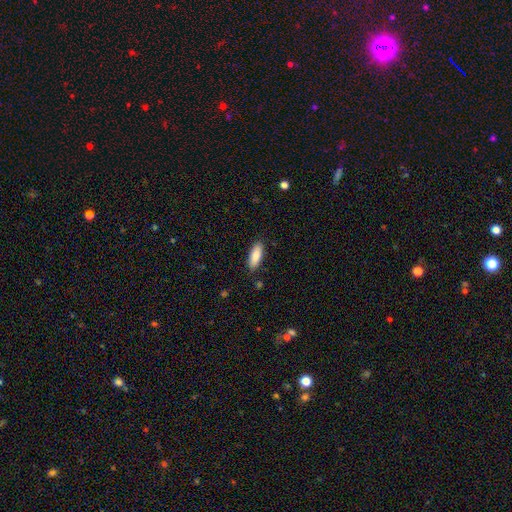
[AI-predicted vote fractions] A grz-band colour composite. It shows a smooth galaxy with no disk features (87%) that is in between round and cigar-shaped (68%). Merging: none (86%).